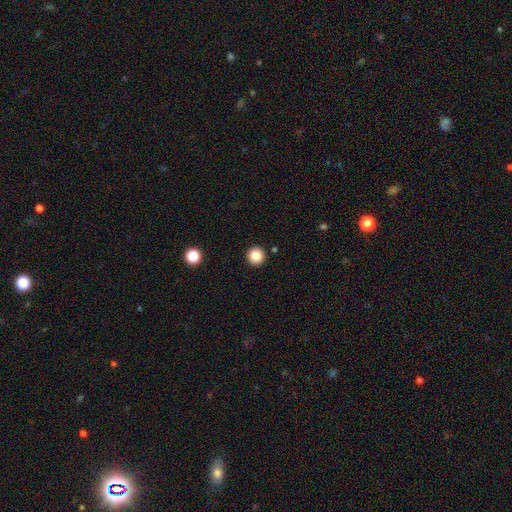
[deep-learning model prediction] smooth_or_featured: smooth (p=0.86) [alt: star or artifact p=0.10]
how_rounded: round (p=0.96) [alt: in between p=0.03]
merging: none (p=0.93) [alt: minor disturbance p=0.04]